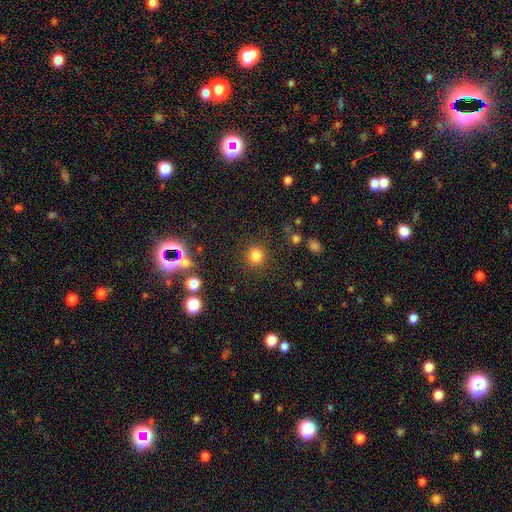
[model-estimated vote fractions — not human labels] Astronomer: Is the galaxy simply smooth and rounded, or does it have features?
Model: smooth — 80%.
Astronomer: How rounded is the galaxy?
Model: round — 92%.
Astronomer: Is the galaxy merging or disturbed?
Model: none — 88%.